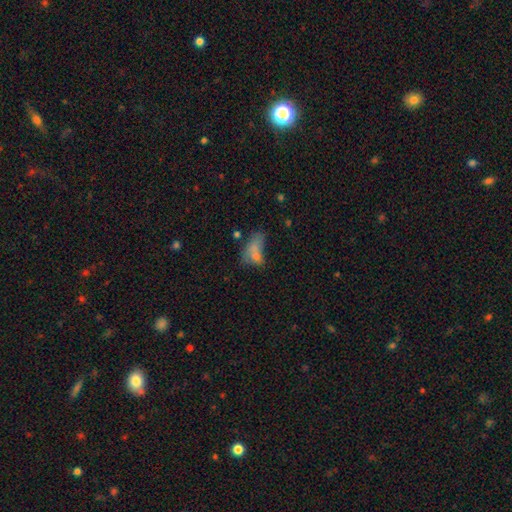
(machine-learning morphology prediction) The model was most divided on "merging": merger: 40%, none: 28%, major disturbance: 17%, minor disturbance: 16%. More confident: how rounded — in between (76%); smooth or featured — smooth (64%).